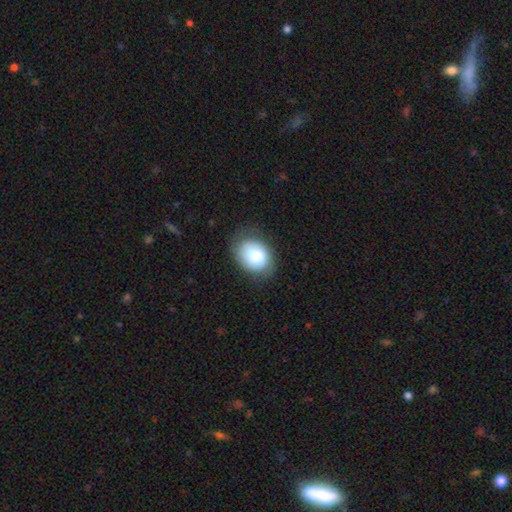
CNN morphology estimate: Smooth or featured? smooth (76%)
How rounded? in between (62%)
Merging? none (69%)